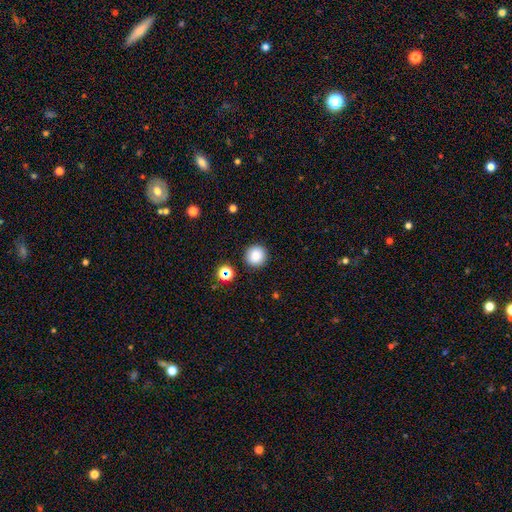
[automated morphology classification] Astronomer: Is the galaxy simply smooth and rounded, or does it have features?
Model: smooth — 85%.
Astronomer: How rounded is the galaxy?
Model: round — 95%.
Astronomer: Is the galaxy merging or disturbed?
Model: none — 90%.